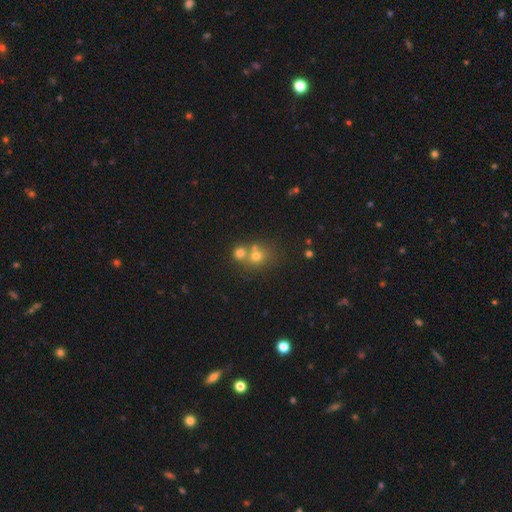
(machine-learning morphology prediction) A smooth galaxy with no disk features (61%) that is round (80%).

Vote fractions:
- Smooth or featured? smooth: 61% / star or artifact: 23% / featured or disk: 16%
- How rounded? round: 80% / in between: 19% / cigar-shaped: 1%
- Merging? merger: 46% / none: 44% / minor disturbance: 7% / major disturbance: 3%